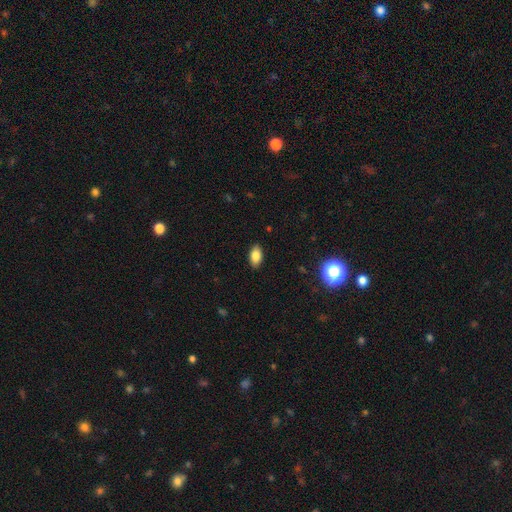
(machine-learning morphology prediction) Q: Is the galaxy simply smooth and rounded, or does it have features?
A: smooth — 82%.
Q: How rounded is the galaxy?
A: in between — 91%.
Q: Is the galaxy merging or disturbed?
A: none — 89%.